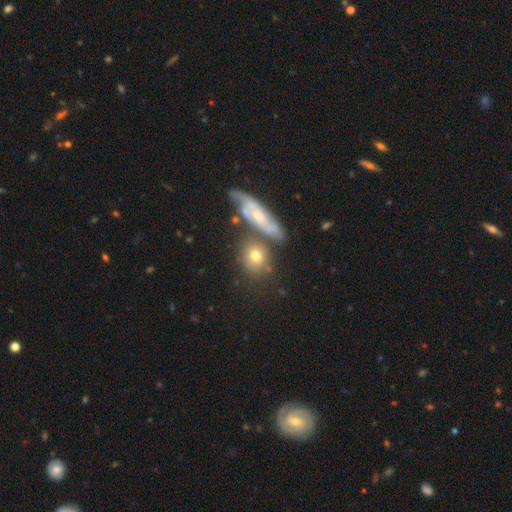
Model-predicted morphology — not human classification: The model was most divided on "merging": none: 57%, merger: 22%, minor disturbance: 15%, major disturbance: 7%. More confident: how rounded — round (71%); smooth or featured — smooth (67%).